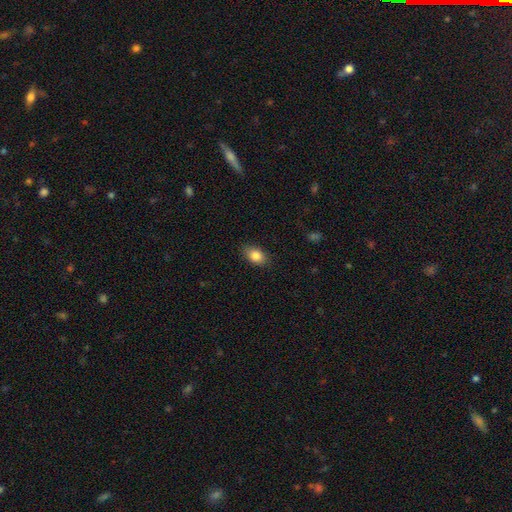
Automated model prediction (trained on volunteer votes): Overall: smooth (85%). How rounded: in between (83%). Merging: none (85%).